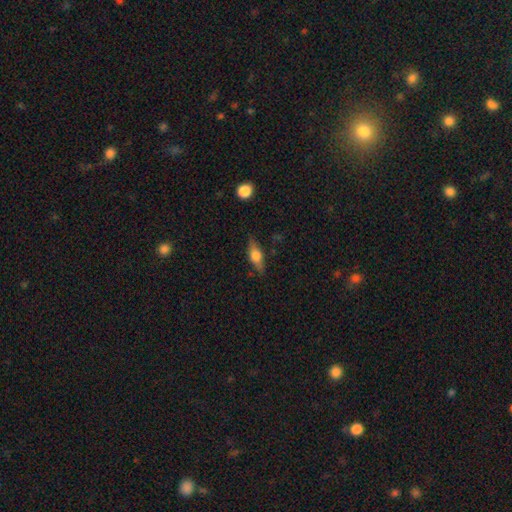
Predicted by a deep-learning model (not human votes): Smooth or featured? Predicted: smooth (p=0.51). How rounded? Predicted: in between (p=0.60). Merging? Predicted: none (p=0.81).